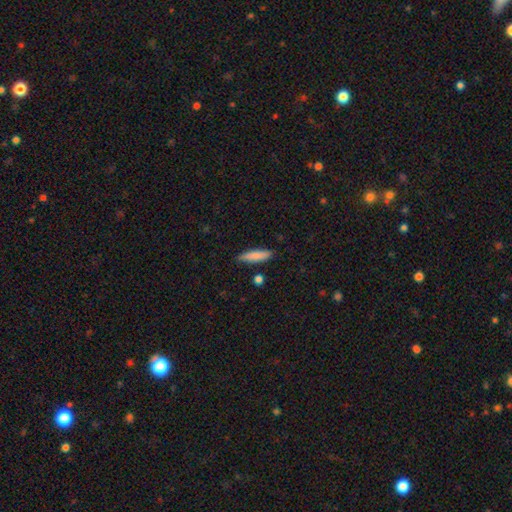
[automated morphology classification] Overall: smooth (83%). How rounded: cigar-shaped (71%). Merging: none (83%).